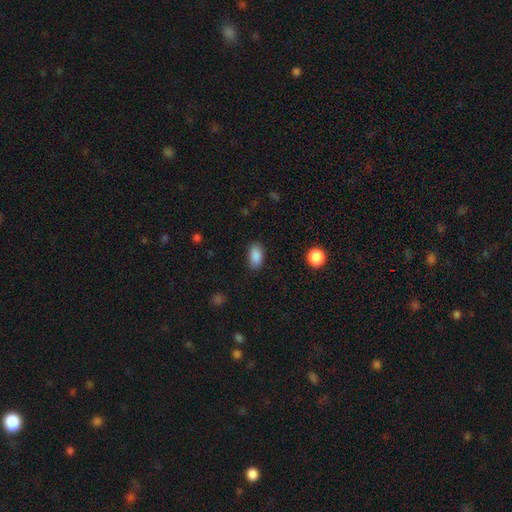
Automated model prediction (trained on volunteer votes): A smooth galaxy with no disk features (88%) that is in between round and cigar-shaped (92%). Merging: none (86%).